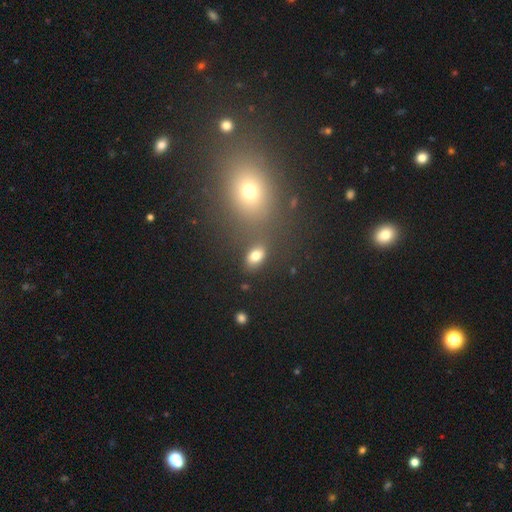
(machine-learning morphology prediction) Q: Smooth or featured?
A: smooth (79%); runner-up: star or artifact (12%)
Q: How rounded?
A: in between (85%); runner-up: round (13%)
Q: Merging?
A: none (73%); runner-up: minor disturbance (13%)